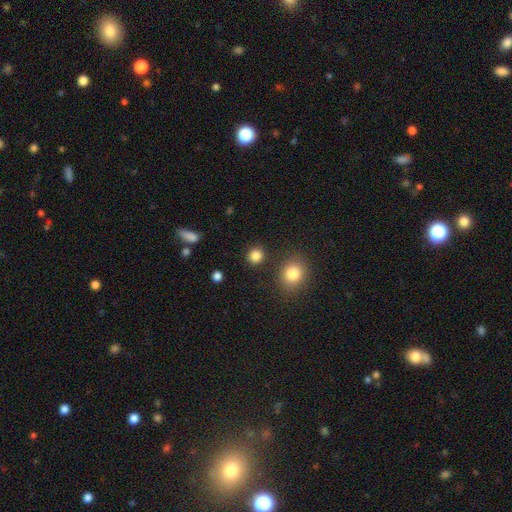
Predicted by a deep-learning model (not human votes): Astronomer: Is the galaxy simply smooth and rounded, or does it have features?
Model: smooth — 85%.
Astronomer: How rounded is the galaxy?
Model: round — 87%.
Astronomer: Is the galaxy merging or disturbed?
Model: none — 88%.